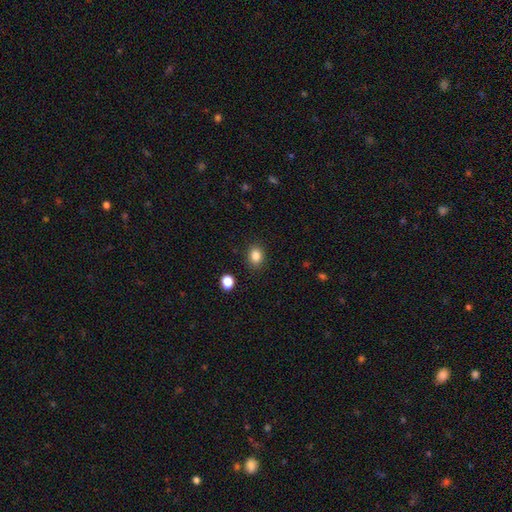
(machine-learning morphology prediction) This appears to be a smooth galaxy with no disk features (84%) that is round (54%). Merging: none (88%).